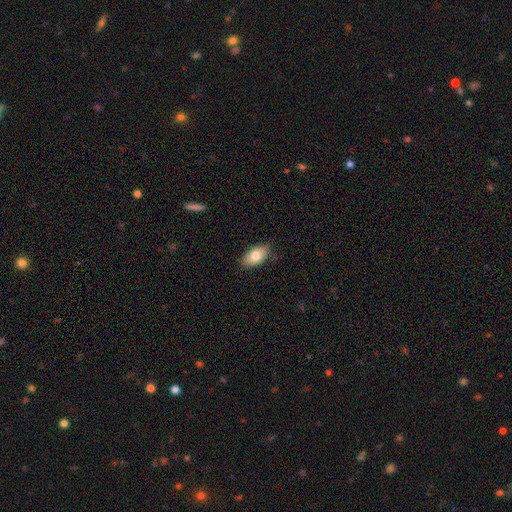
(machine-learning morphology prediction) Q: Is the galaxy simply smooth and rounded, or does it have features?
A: smooth — 79%.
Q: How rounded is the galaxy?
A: in between — 92%.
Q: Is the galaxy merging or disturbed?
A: none — 84%.